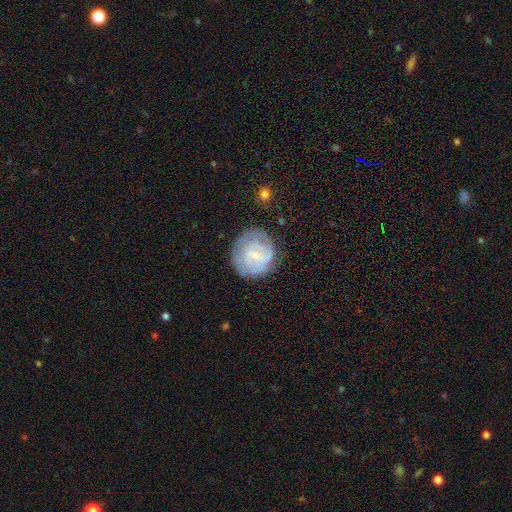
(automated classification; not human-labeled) This is likely a featured or disk galaxy (61%). It is clearly not viewed edge-on (98%). Bar: possibly weak (49%). Spiral arm pattern: likely yes (73%). Central bulge: likely small (70%). Merging: likely none (69%).